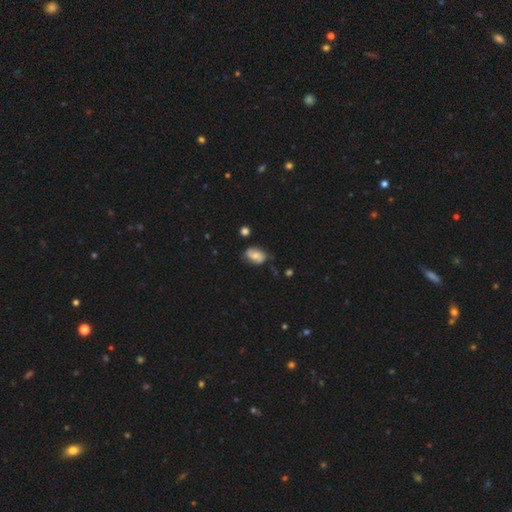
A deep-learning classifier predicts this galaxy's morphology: Smooth or featured?
  - smooth: 59% *
  - featured or disk: 32%
  - star or artifact: 9%
How rounded?
  - in between: 84% *
  - round: 14%
  - cigar-shaped: 2%
Merging?
  - none: 58% *
  - minor disturbance: 31%
  - major disturbance: 8%
  - merger: 3%